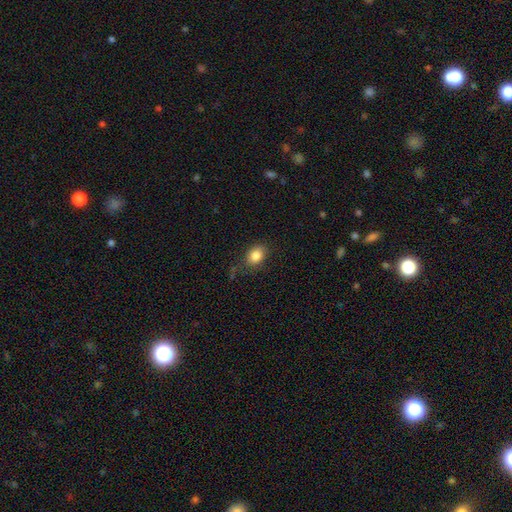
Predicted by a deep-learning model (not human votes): Smooth or featured? smooth (84%)
How rounded? in between (70%)
Merging? none (77%)